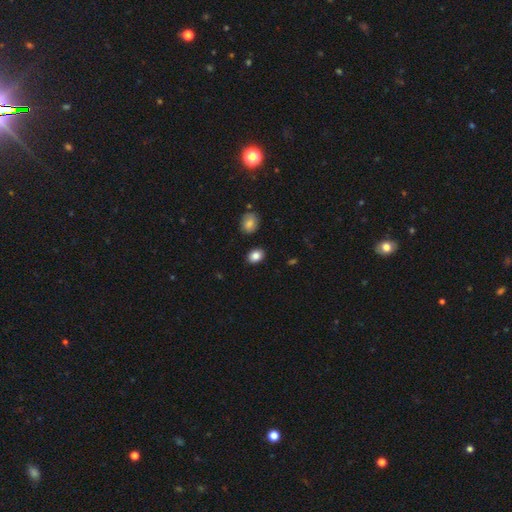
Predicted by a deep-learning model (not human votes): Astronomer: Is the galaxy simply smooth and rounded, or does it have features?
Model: smooth — 85%.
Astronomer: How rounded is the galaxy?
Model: in between — 62%.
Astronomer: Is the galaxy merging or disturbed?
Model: none — 88%.